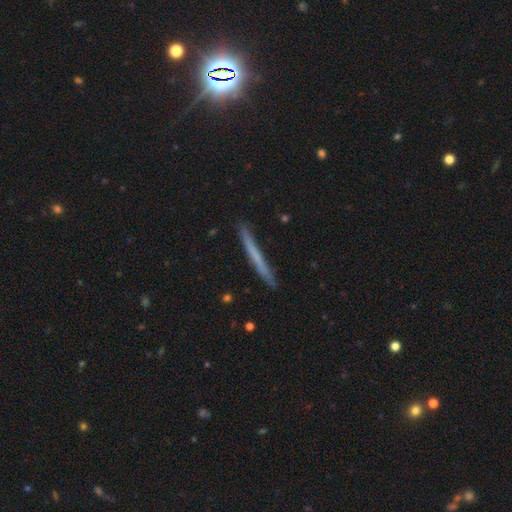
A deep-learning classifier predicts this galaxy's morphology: smooth 56%, featured or disk 37%, star or artifact 7%. Down the decision tree: how rounded — cigar-shaped (97%); merging — none (89%).